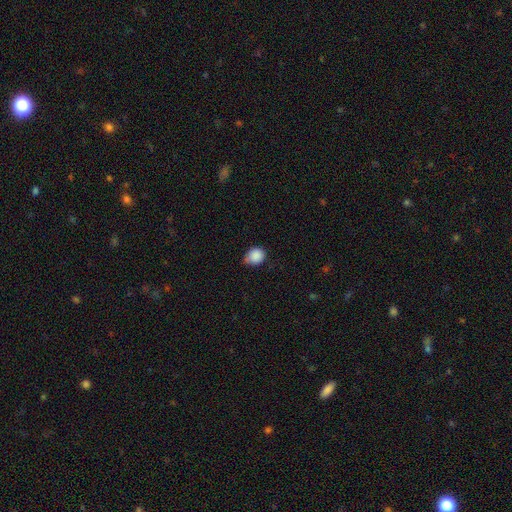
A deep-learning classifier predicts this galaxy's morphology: Smooth or featured? smooth (88%)
How rounded? round (66%)
Merging? none (60%)